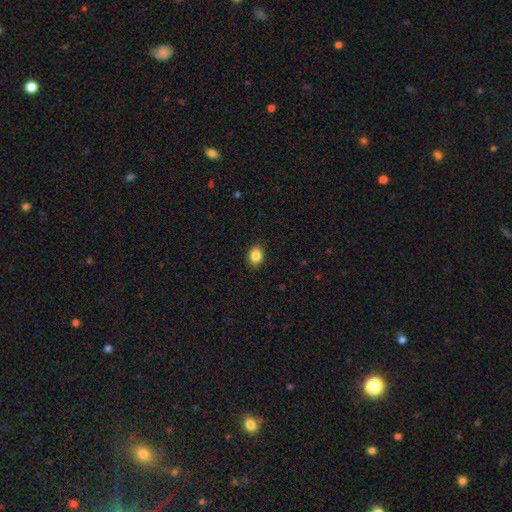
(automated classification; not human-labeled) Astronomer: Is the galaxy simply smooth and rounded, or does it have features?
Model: smooth — 85%.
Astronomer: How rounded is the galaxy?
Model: in between — 52% (runner-up: round, 47%).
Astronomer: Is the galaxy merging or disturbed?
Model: none — 90%.